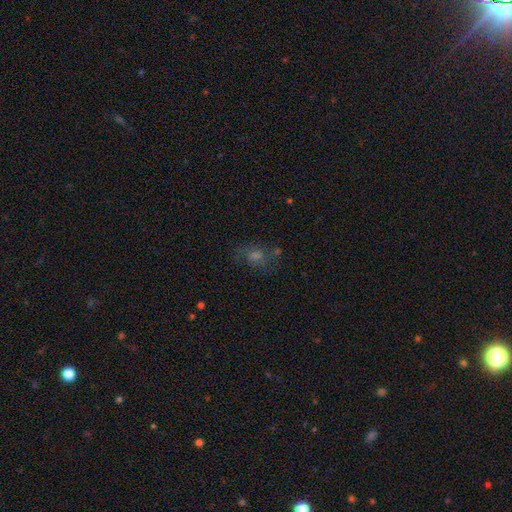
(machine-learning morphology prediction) smooth-or-featured: featured or disk: 37% | smooth: 32% | star or artifact: 31%
  merging: none: 66% | minor disturbance: 17% | major disturbance: 12% | merger: 5%